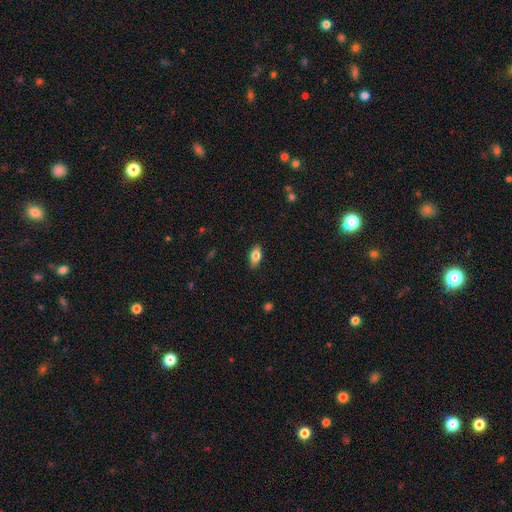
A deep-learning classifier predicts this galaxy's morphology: Overall: smooth (74%). How rounded: in between (86%). Merging: none (86%).